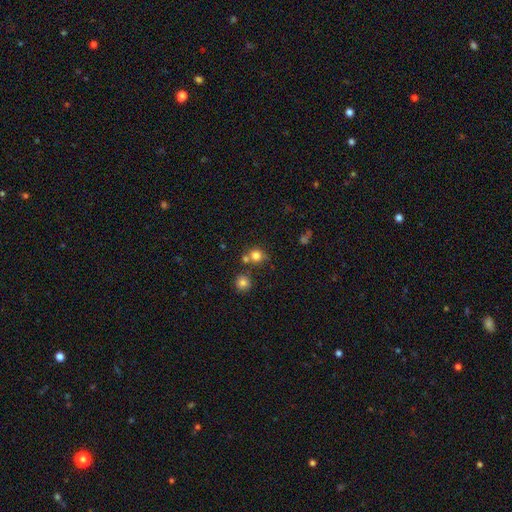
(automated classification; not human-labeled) Q: Smooth or featured?
A: smooth (78%); runner-up: star or artifact (14%)
Q: How rounded?
A: round (81%); runner-up: in between (18%)
Q: Merging?
A: none (57%); runner-up: merger (26%)